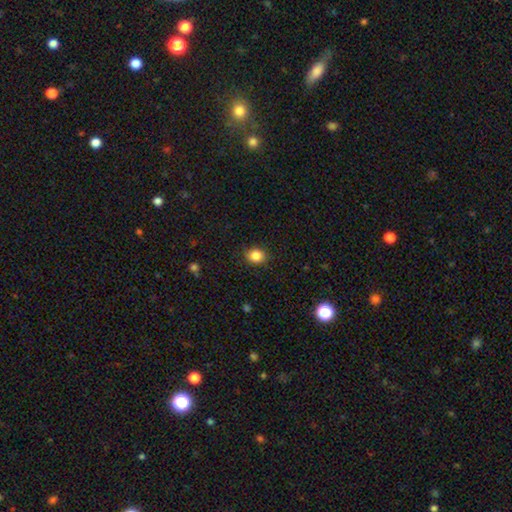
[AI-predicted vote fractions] Smooth or featured?
  - smooth: 85% *
  - star or artifact: 10%
  - featured or disk: 4%
How rounded?
  - round: 65% *
  - in between: 34%
  - cigar-shaped: 1%
Merging?
  - none: 87% *
  - minor disturbance: 10%
  - major disturbance: 2%
  - merger: 1%